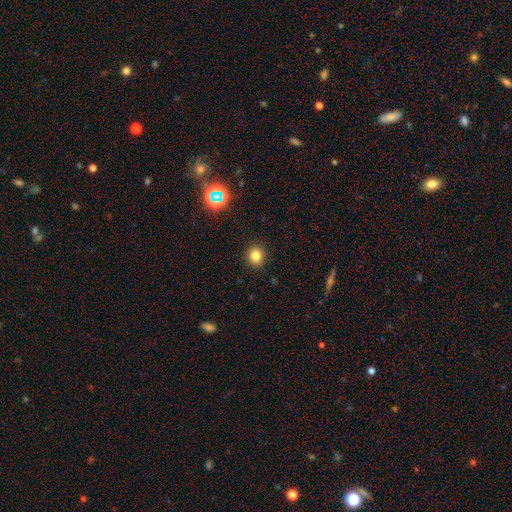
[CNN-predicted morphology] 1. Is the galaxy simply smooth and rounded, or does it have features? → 80% smooth, 14% star or artifact, 6% featured or disk.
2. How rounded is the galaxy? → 80% round, 19% in between, 1% cigar-shaped.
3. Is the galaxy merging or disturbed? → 91% none, 6% minor disturbance, 2% major disturbance, 1% merger.